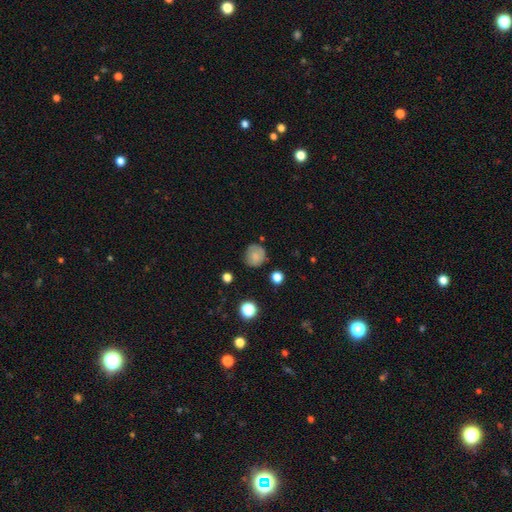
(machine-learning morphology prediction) A smooth galaxy with no disk features (75%) that is round (87%).

Vote fractions:
- Smooth or featured? smooth: 75% / featured or disk: 14% / star or artifact: 11%
- How rounded? round: 87% / in between: 12% / cigar-shaped: 1%
- Merging? none: 76% / minor disturbance: 17% / major disturbance: 4% / merger: 2%